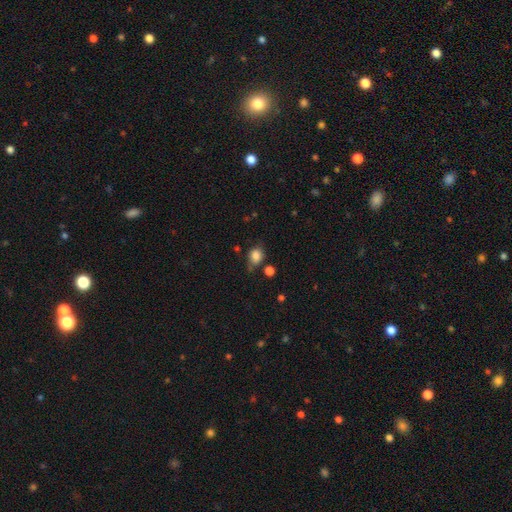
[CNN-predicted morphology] Smooth or featured? smooth (82%)
How rounded? round (50%)
Merging? none (57%)